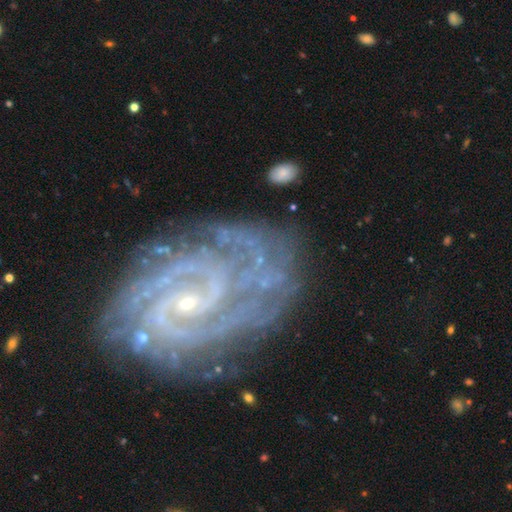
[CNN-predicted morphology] Smooth or featured? Predicted: featured or disk (p=0.92). Edge-on disk? Predicted: no (p=0.98). Bar? Predicted: no (p=0.49). Spiral arms? Predicted: yes (p=0.98). Spiral winding? Predicted: tight (p=0.67). Spiral arm count? Predicted: 2 (p=0.49). Bulge size? Predicted: small (p=0.84). Merging? Predicted: none (p=0.72).